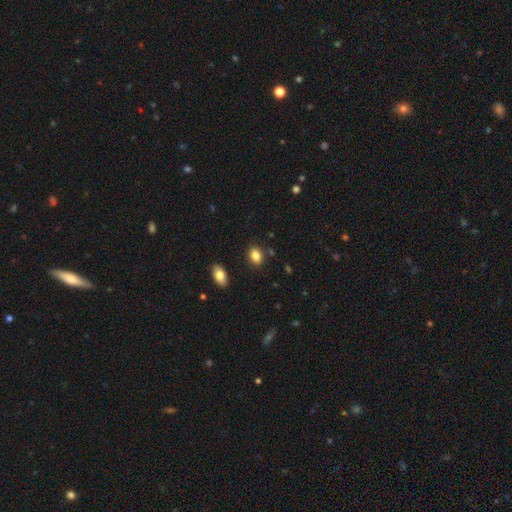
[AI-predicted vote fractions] Q: Smooth or featured?
A: smooth (86%); runner-up: star or artifact (9%)
Q: How rounded?
A: in between (74%); runner-up: round (25%)
Q: Merging?
A: none (86%); runner-up: minor disturbance (9%)